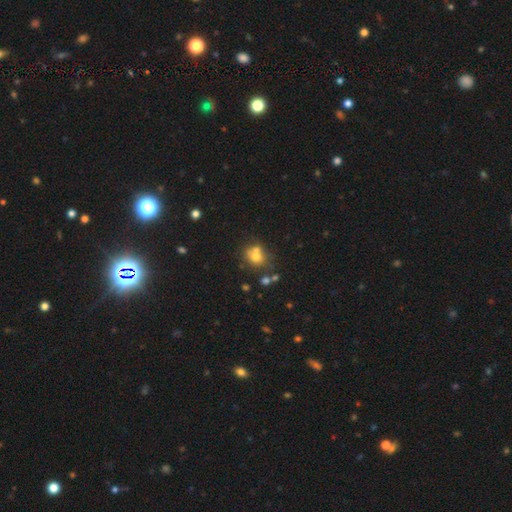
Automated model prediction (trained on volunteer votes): Overall: smooth (66%). How rounded: round (70%). Merging: none (44%; merger 38%).